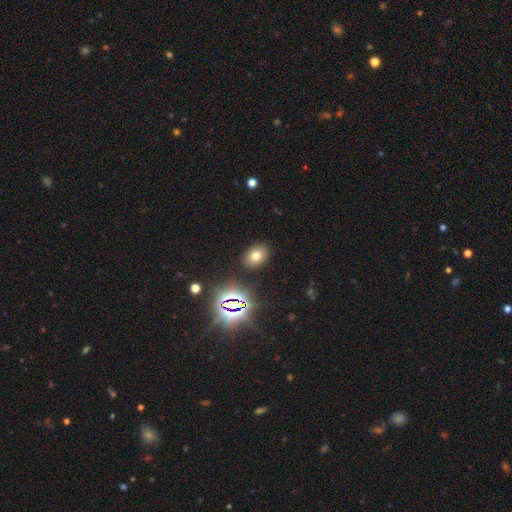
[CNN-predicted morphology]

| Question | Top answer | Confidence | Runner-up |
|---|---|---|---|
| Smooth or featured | smooth | 68% | star or artifact (21%) |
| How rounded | in between | 74% | round (25%) |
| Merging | none | 88% | minor disturbance (8%) |